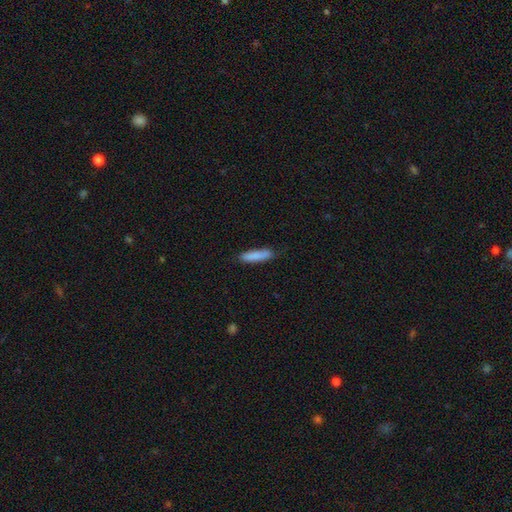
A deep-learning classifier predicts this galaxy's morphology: Smooth or featured? Predicted: smooth (p=0.86). How rounded? Predicted: cigar-shaped (p=0.80). Merging? Predicted: none (p=0.85).